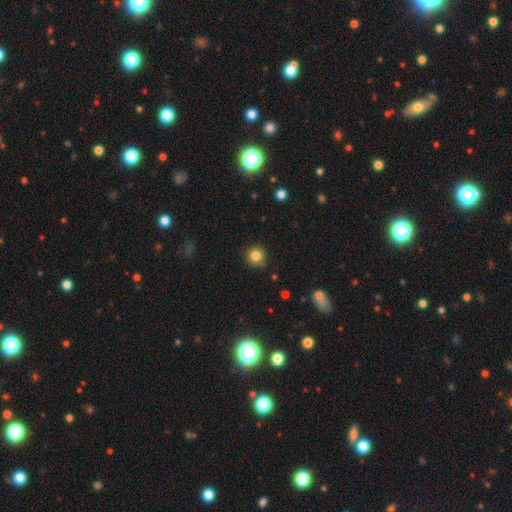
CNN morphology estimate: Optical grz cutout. It shows a smooth galaxy with no disk features (83%) that is round (94%). Merging: none (86%).